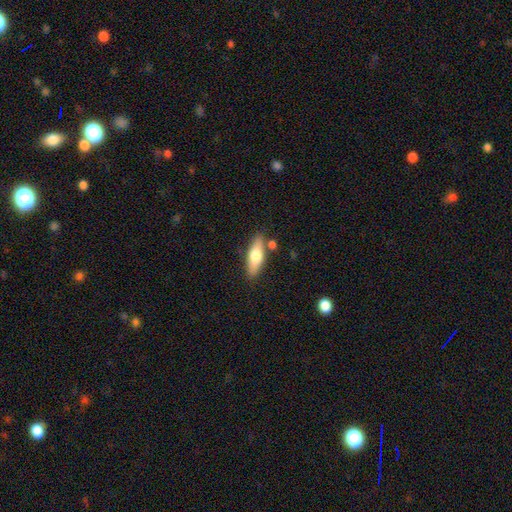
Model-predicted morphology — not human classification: A smooth galaxy with no disk features (64%) that is in between round and cigar-shaped (58%).

Vote fractions:
- Smooth or featured? smooth: 64% / featured or disk: 30% / star or artifact: 6%
- How rounded? in between: 58% / cigar-shaped: 39% / round: 3%
- Merging? none: 78% / minor disturbance: 12% / merger: 8% / major disturbance: 3%